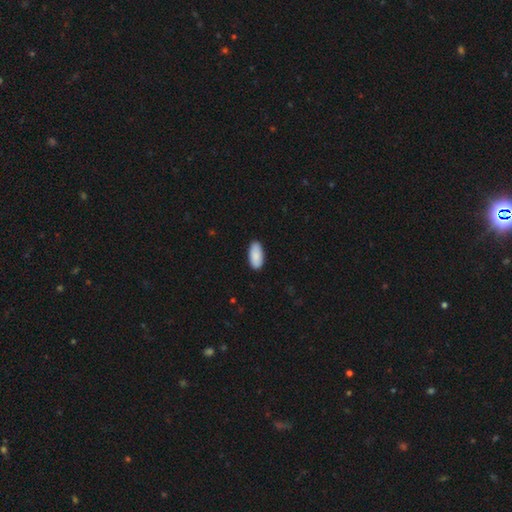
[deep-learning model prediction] Smooth or featured? Predicted: smooth (p=0.89). How rounded? Predicted: in between (p=0.92). Merging? Predicted: none (p=0.87).